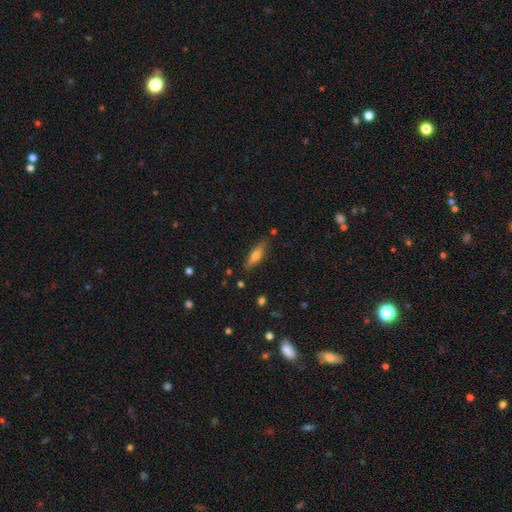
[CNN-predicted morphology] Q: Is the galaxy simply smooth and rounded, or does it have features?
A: smooth — 58%.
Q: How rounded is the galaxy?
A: cigar-shaped — 68%.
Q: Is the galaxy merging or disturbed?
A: none — 83%.